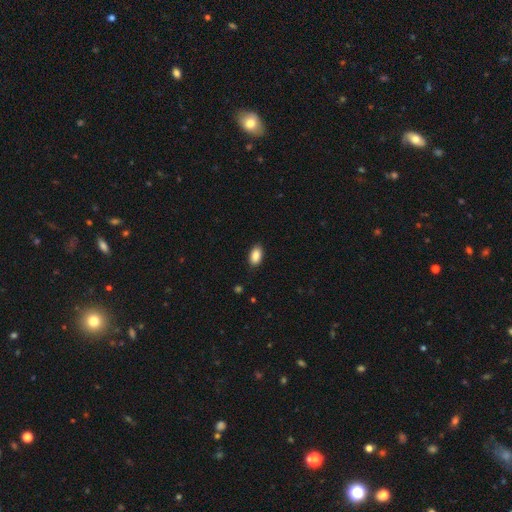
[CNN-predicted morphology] Smooth or featured?
  - smooth: 89% *
  - star or artifact: 7%
  - featured or disk: 4%
How rounded?
  - in between: 94% *
  - round: 4%
  - cigar-shaped: 2%
Merging?
  - none: 87% *
  - minor disturbance: 10%
  - major disturbance: 2%
  - merger: 1%